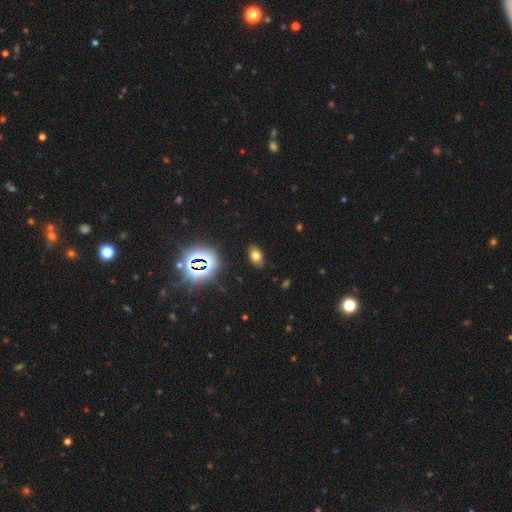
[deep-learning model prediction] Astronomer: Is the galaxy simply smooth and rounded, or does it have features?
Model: smooth — 67%.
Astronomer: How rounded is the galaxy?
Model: in between — 88%.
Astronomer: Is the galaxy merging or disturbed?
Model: none — 86%.